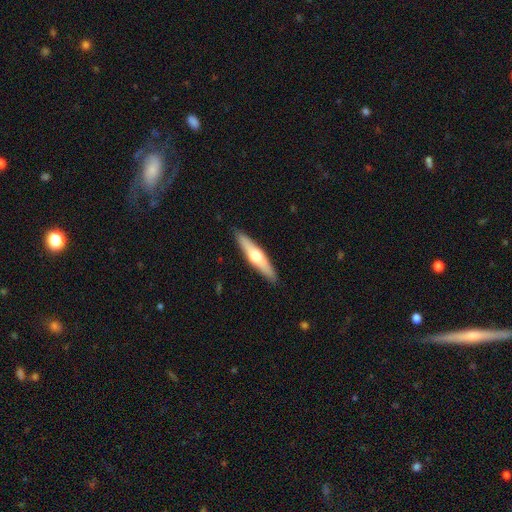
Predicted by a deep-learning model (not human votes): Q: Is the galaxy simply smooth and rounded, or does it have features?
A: featured or disk — 54%.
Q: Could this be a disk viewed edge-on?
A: yes — 93%.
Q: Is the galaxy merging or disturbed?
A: none — 90%.